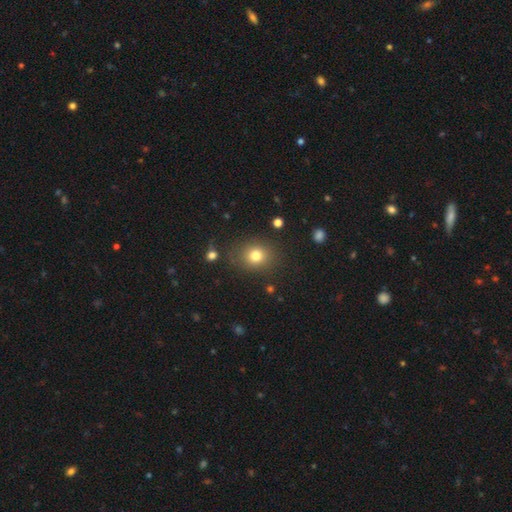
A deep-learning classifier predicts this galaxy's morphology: Smooth or featured?
  - smooth: 79% *
  - star or artifact: 13%
  - featured or disk: 8%
How rounded?
  - round: 68% *
  - in between: 31%
  - cigar-shaped: 1%
Merging?
  - none: 82% *
  - minor disturbance: 11%
  - major disturbance: 4%
  - merger: 3%